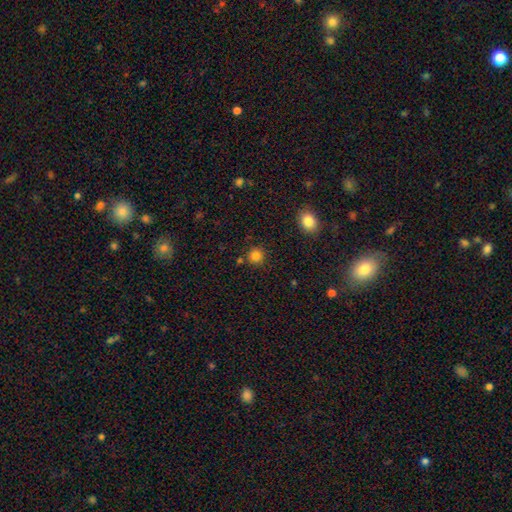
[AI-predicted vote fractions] smooth-or-featured: smooth: 83% | star or artifact: 13% | featured or disk: 5%
  how-rounded: round: 92% | in between: 7% | cigar-shaped: 1%
  merging: none: 83% | minor disturbance: 9% | merger: 6% | major disturbance: 3%